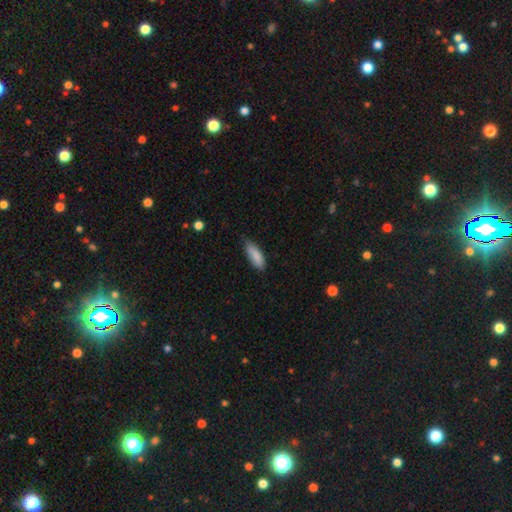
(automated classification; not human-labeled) Smooth or featured? Predicted: smooth (p=0.88). How rounded? Predicted: in between (p=0.69). Merging? Predicted: none (p=0.70).